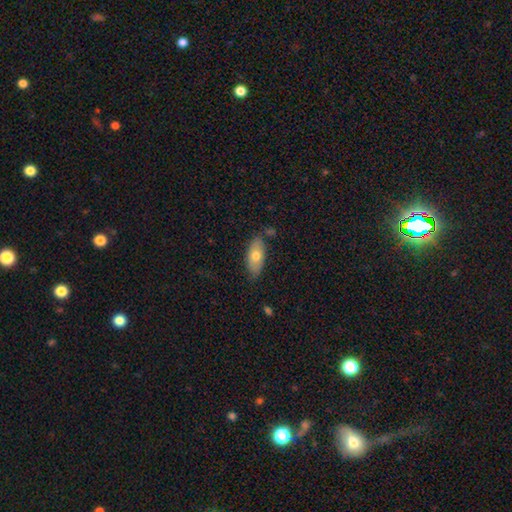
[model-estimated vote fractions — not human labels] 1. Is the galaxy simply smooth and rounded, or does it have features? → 70% smooth, 23% featured or disk, 7% star or artifact.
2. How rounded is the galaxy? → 85% in between, 12% cigar-shaped, 3% round.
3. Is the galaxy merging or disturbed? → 77% none, 16% minor disturbance, 3% merger, 3% major disturbance.